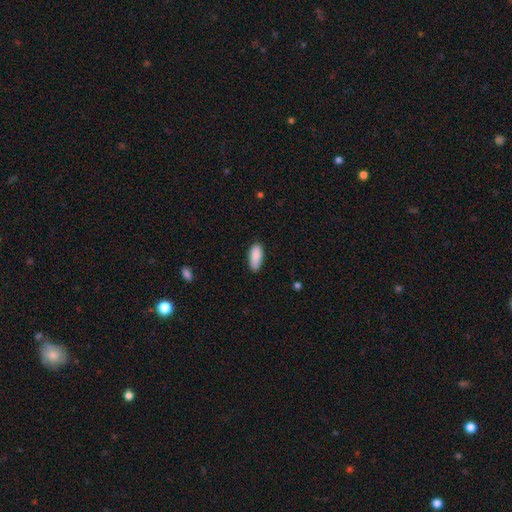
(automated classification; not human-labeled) Smooth or featured? smooth (90%)
How rounded? in between (84%)
Merging? none (82%)